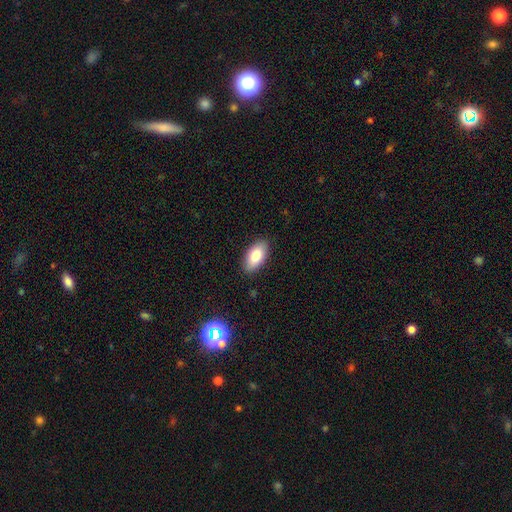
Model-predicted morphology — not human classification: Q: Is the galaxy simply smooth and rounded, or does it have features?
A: smooth — 82%.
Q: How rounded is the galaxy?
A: in between — 93%.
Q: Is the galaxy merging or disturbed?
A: none — 87%.